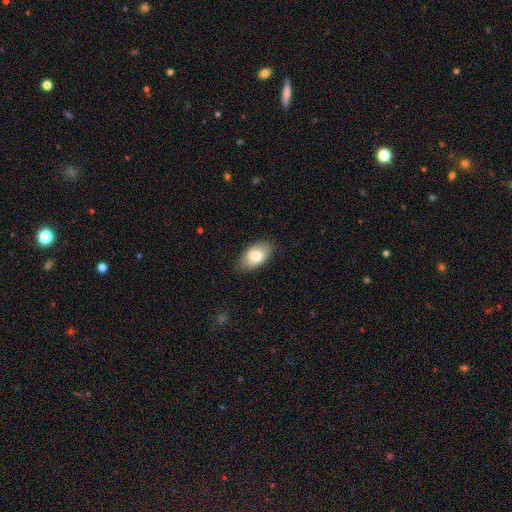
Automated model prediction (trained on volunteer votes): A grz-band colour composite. It shows a smooth galaxy with no disk features (78%) that is in between round and cigar-shaped (93%). Merging: none (81%).